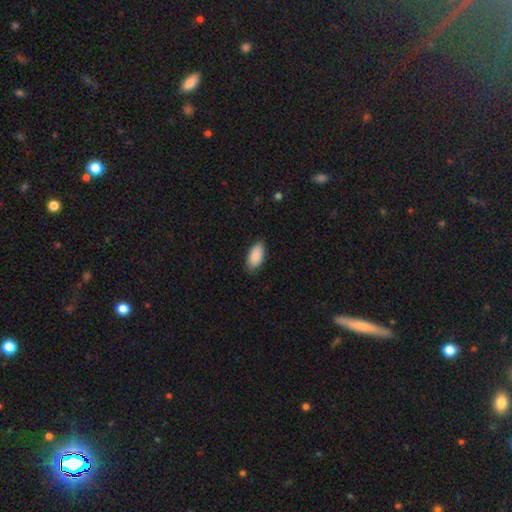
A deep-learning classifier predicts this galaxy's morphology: A smooth galaxy with no disk features (89%) that is in between round and cigar-shaped (93%). Merging: none (84%).